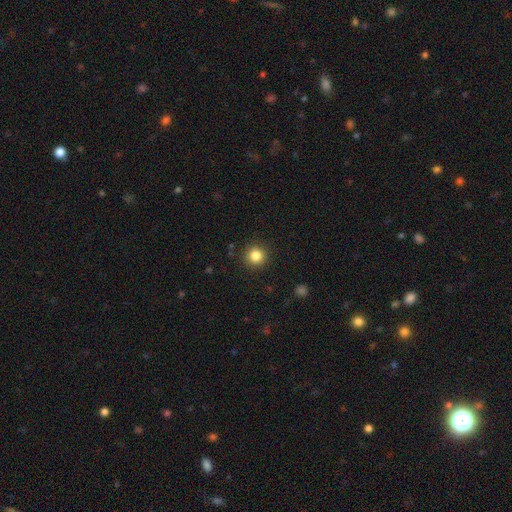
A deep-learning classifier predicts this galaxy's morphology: This is clearly a smooth galaxy (84%). How rounded: clearly round (95%). Merging: clearly none (91%).